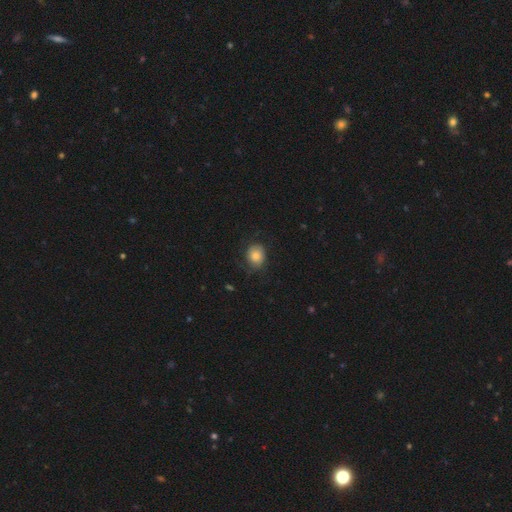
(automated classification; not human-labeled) A smooth galaxy with no disk features (74%) that is round (67%).

Vote fractions:
- Smooth or featured? smooth: 74% / featured or disk: 18% / star or artifact: 9%
- How rounded? round: 67% / in between: 33% / cigar-shaped: 1%
- Merging? none: 67% / minor disturbance: 21% / major disturbance: 10% / merger: 1%